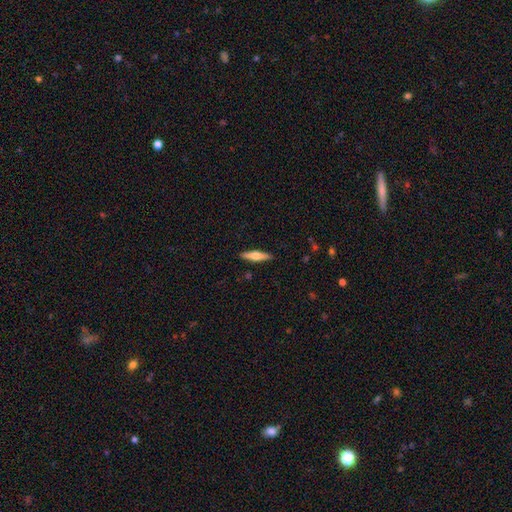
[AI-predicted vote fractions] featured or disk 50%, smooth 44%, star or artifact 5%. Down the decision tree: edge-on disk — yes (96%); merging — none (91%).